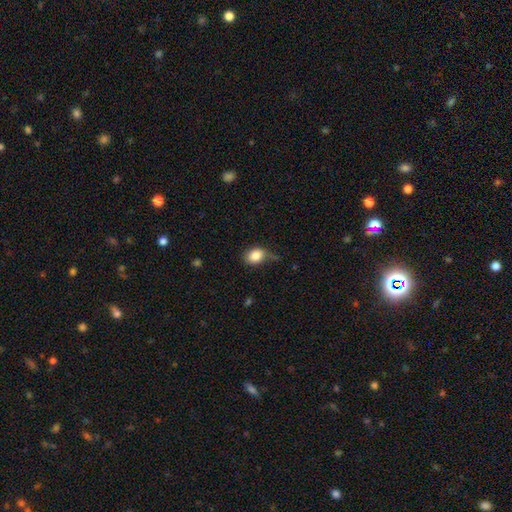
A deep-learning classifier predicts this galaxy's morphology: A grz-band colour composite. It shows a smooth galaxy with no disk features (85%) that is in between round and cigar-shaped (60%). Merging: none (60%).